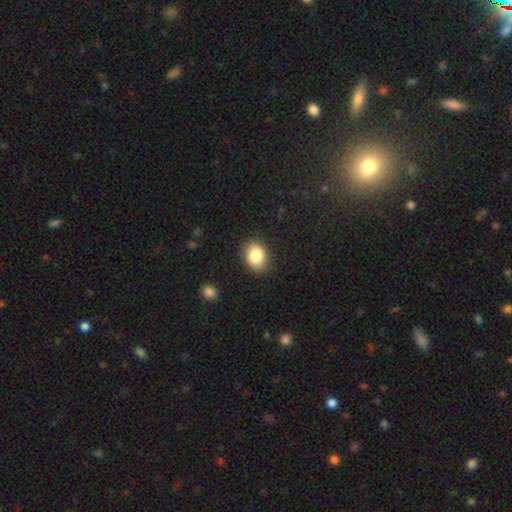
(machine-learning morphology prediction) This is clearly a smooth galaxy (85%). How rounded: possibly in between (57%). Merging: clearly none (87%).